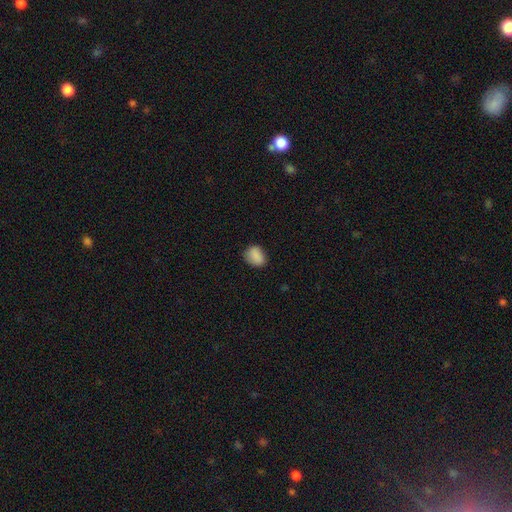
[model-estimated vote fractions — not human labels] This appears to be a smooth galaxy with no disk features (87%) that is in between round and cigar-shaped (65%). Merging: none (76%).